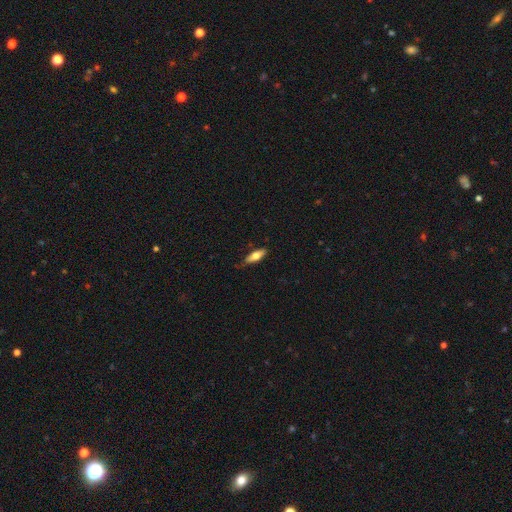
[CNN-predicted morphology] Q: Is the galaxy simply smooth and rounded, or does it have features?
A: smooth — 65%.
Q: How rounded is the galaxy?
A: in between — 57%.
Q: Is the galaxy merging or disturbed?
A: none — 73%.